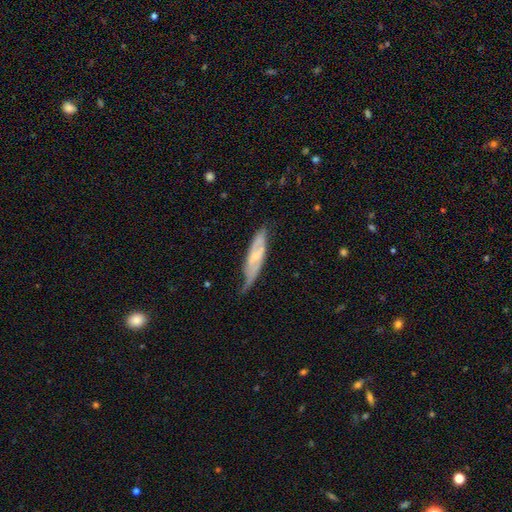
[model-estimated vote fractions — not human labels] A featured or disk galaxy (66%).

Vote fractions:
- Smooth or featured? featured or disk: 66% / smooth: 28% / star or artifact: 6%
- Edge-on disk? no: 68% / yes: 32%
- Merging? none: 50% / minor disturbance: 34% / major disturbance: 13% / merger: 3%